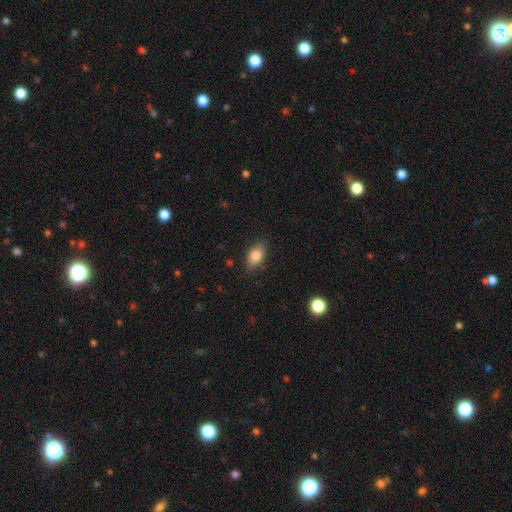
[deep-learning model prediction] Smooth or featured? Predicted: smooth (p=0.81). How rounded? Predicted: in between (p=0.86). Merging? Predicted: none (p=0.81).